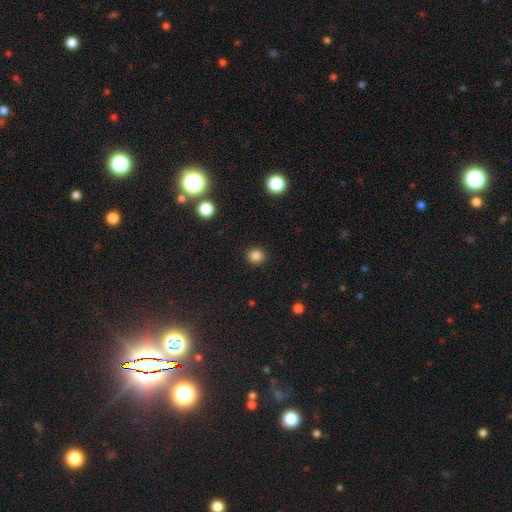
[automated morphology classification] Smooth or featured: smooth — 85% (star or artifact — 12%)
How rounded: round — 82% (in between — 17%)
Merging: none — 91% (minor disturbance — 6%)